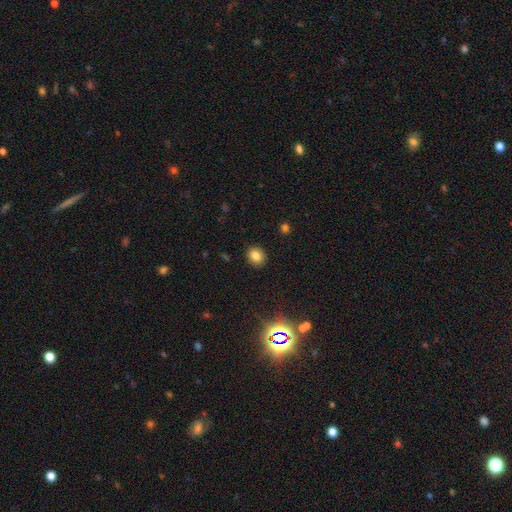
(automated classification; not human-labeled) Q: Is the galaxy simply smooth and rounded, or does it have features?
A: smooth — 80%.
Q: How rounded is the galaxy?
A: round — 65%.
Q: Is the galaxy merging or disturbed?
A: none — 90%.